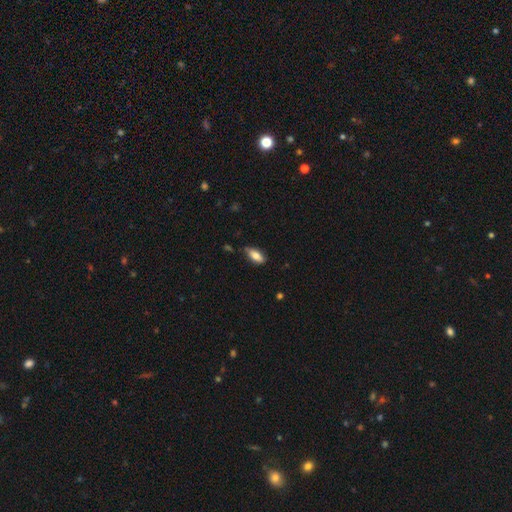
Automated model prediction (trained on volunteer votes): Smooth or featured?
  - smooth: 78% *
  - featured or disk: 15%
  - star or artifact: 7%
How rounded?
  - in between: 85% *
  - cigar-shaped: 13%
  - round: 2%
Merging?
  - none: 73% *
  - minor disturbance: 21%
  - major disturbance: 3%
  - merger: 3%